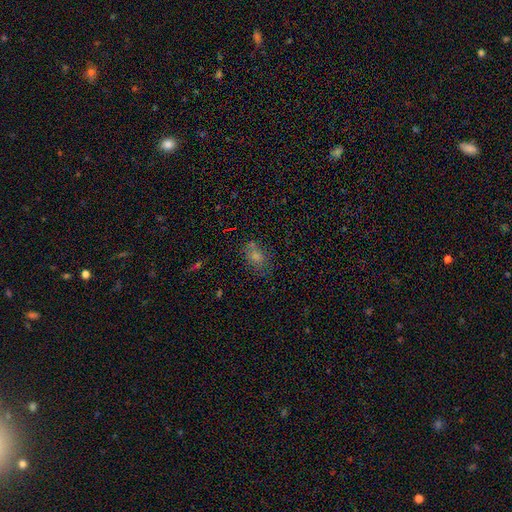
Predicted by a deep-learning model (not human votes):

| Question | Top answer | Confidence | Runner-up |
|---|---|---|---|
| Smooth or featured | smooth | 69% | star or artifact (18%) |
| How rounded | in between | 64% | round (34%) |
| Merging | none | 59% | minor disturbance (20%) |